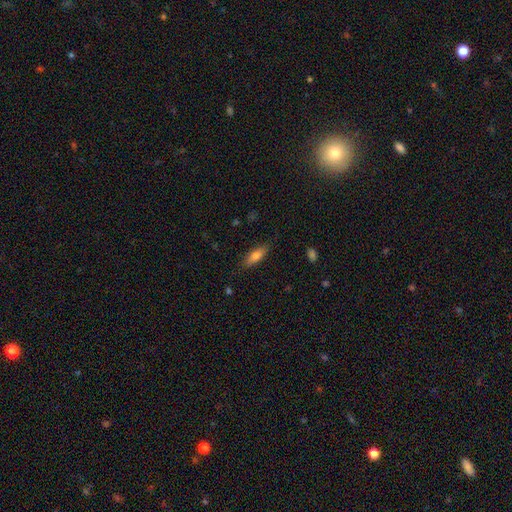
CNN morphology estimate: This appears to be a smooth galaxy with no disk features (75%) that is in between round and cigar-shaped (59%). Merging: none (84%).